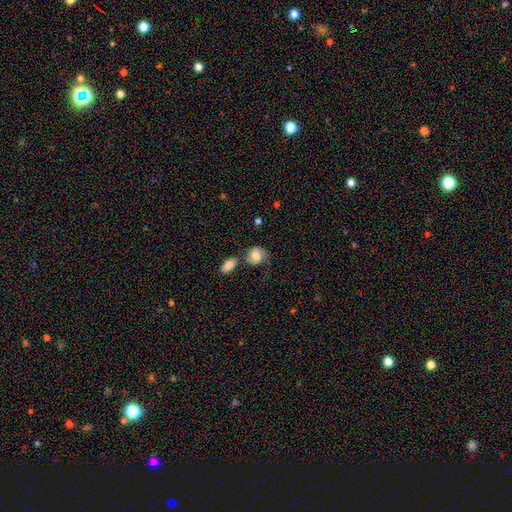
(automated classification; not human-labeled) Q: Smooth or featured?
A: smooth (49%); runner-up: featured or disk (44%)
Q: Merging?
A: none (42%); runner-up: minor disturbance (22%)